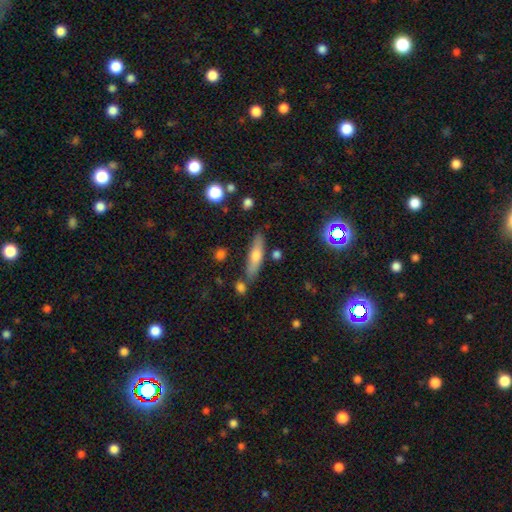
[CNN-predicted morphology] smooth-or-featured: smooth: 59% | featured or disk: 34% | star or artifact: 8%
  how-rounded: cigar-shaped: 71% | in between: 27% | round: 3%
  merging: none: 78% | minor disturbance: 12% | merger: 7% | major disturbance: 3%